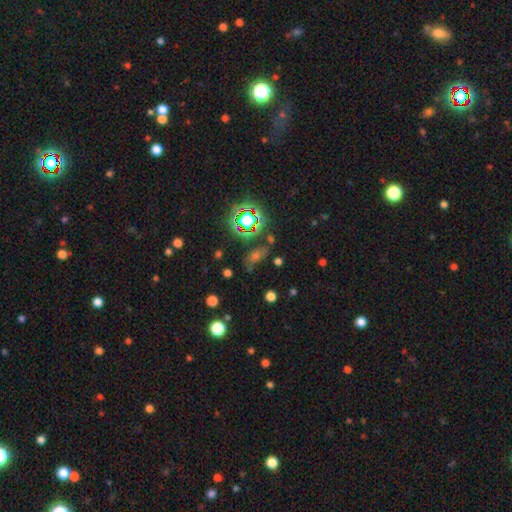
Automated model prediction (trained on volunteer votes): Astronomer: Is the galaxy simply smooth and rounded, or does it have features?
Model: star or artifact — 55%.